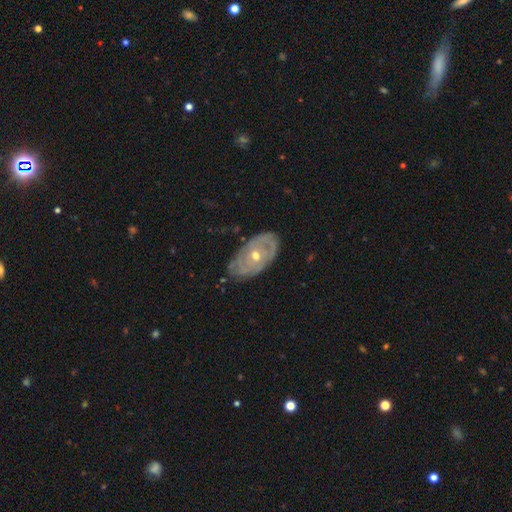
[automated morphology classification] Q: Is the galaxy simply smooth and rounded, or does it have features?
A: featured or disk — 78%.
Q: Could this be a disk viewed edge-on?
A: no — 92%.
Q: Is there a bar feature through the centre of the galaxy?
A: no — 81%.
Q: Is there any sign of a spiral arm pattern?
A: yes — 74%.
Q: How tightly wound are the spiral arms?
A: tight — 73%.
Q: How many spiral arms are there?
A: can't tell — 55%.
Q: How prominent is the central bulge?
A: moderate — 62%.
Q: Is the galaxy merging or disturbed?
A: none — 74%.